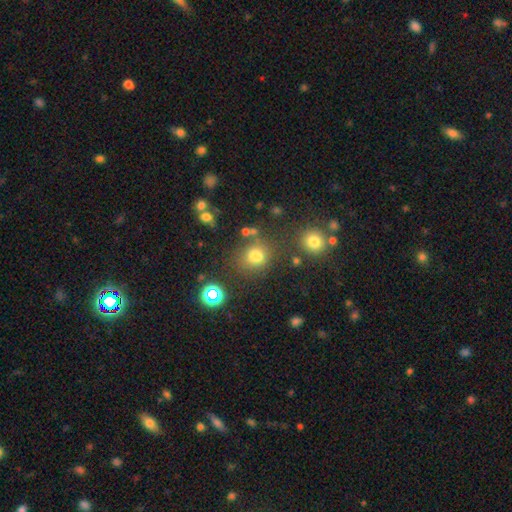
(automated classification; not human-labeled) Overall: smooth (74%). How rounded: round (78%). Merging: none (71%).